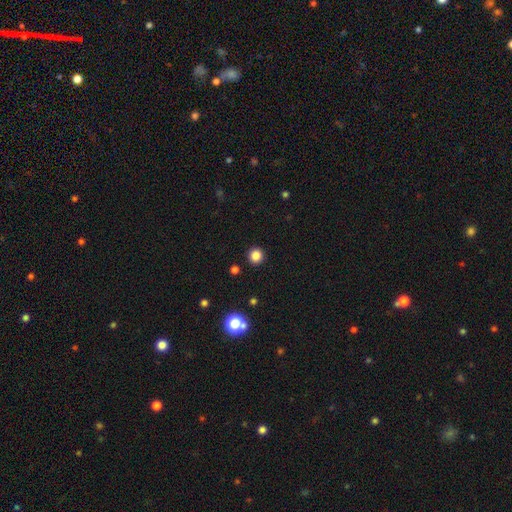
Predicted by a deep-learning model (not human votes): Smooth or featured: smooth — 84% (star or artifact — 12%)
How rounded: round — 95% (in between — 4%)
Merging: none — 93% (minor disturbance — 4%)